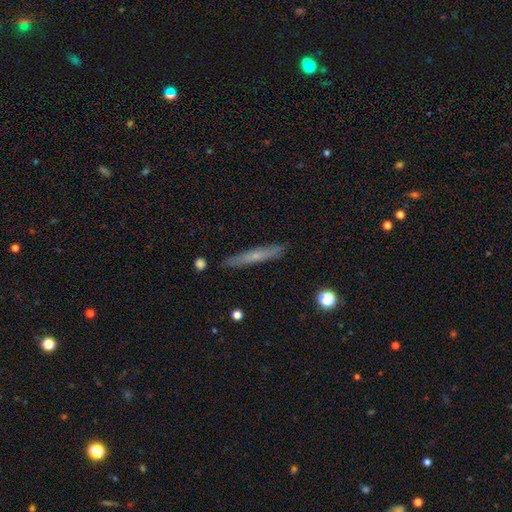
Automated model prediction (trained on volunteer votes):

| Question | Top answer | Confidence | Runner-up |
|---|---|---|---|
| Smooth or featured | featured or disk | 46% | tied: smooth (46%) |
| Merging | none | 88% | minor disturbance (9%) |